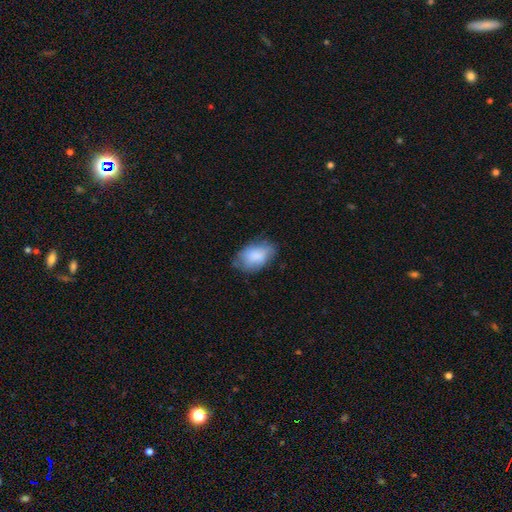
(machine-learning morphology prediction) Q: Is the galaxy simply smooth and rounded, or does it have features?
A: smooth — 80%.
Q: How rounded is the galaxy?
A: in between — 89%.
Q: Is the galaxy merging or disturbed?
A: none — 61%.